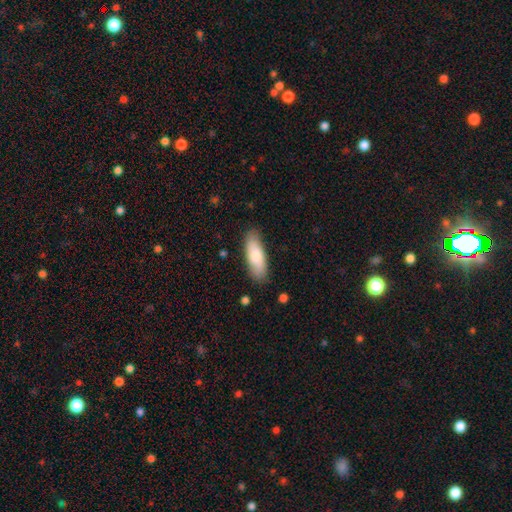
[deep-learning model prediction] Morphology: type=smooth (79%); roundness=in between (65%); merging=none (84%).